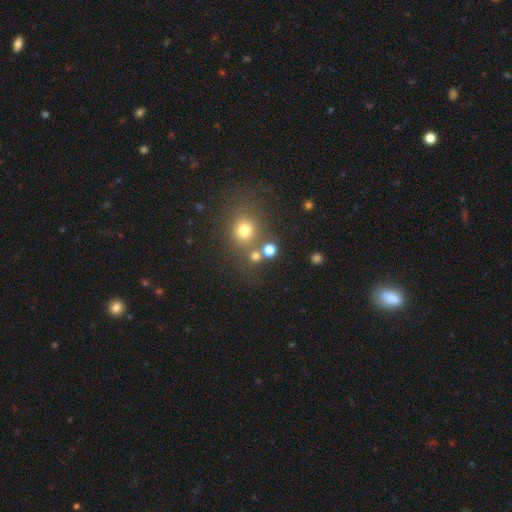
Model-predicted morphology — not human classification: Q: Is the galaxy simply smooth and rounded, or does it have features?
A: smooth — 70%.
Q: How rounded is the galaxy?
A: round — 86%.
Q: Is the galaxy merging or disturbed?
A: none — 65%.